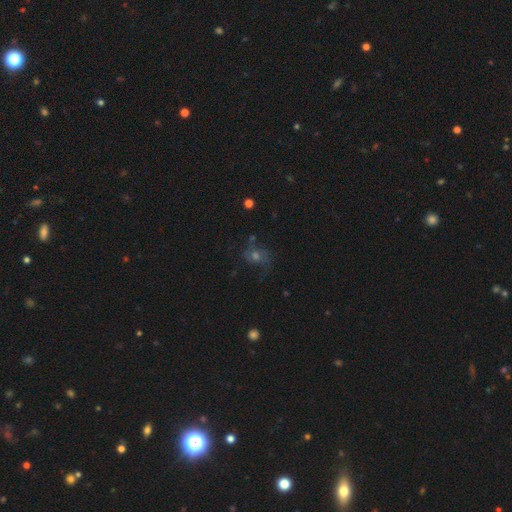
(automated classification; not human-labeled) Smooth or featured? featured or disk (37%)
Merging? none (61%)